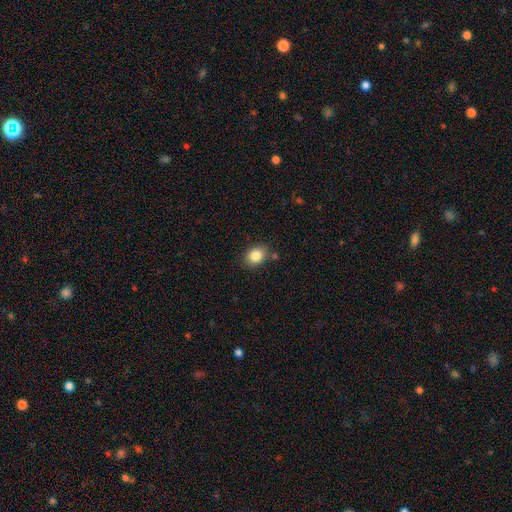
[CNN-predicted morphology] Smooth or featured: smooth — 85% (star or artifact — 9%)
How rounded: in between — 54% (round — 45%)
Merging: none — 80% (minor disturbance — 13%)